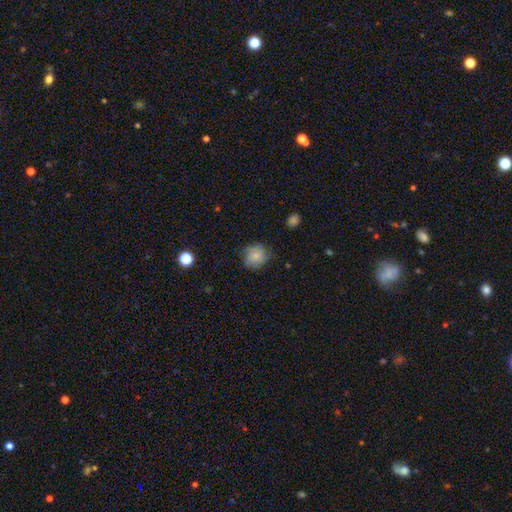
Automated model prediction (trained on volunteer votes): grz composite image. It shows a smooth galaxy with no disk features (81%) that is round (86%). Merging: none (75%).